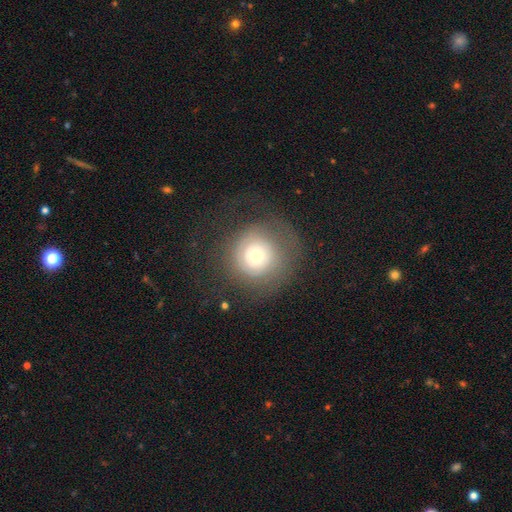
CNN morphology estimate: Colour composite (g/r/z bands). It shows a smooth galaxy with no disk features (51%) that is round (92%). Merging: none (59%).